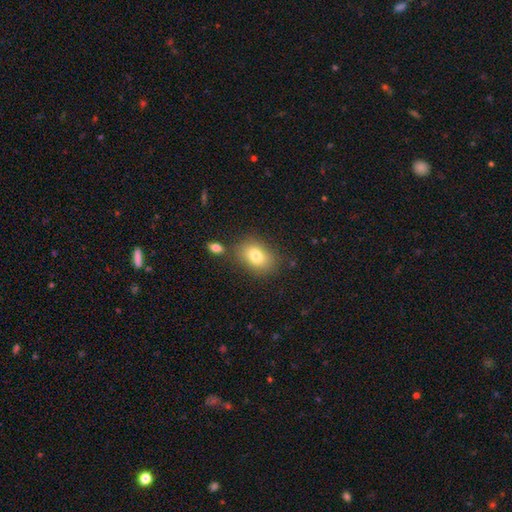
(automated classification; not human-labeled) A smooth galaxy with no disk features (79%) that is in between round and cigar-shaped (77%). Merging: none (76%).